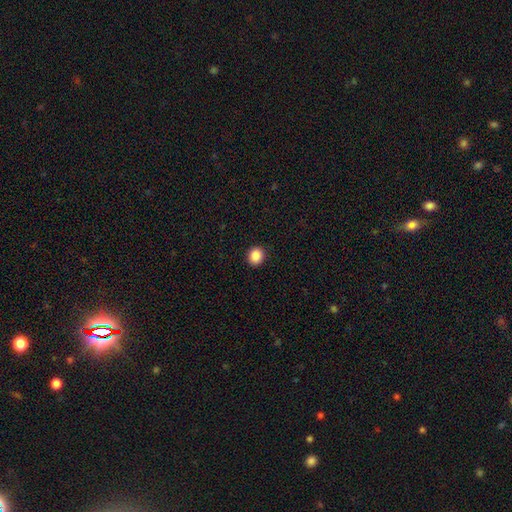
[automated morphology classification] Smooth or featured?
  - smooth: 89% *
  - star or artifact: 9%
  - featured or disk: 3%
How rounded?
  - round: 71% *
  - in between: 28%
  - cigar-shaped: 1%
Merging?
  - none: 92% *
  - minor disturbance: 6%
  - major disturbance: 2%
  - merger: 1%